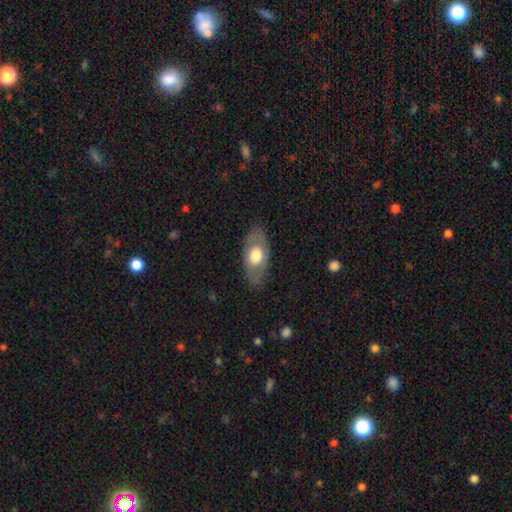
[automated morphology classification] The model was most divided on "smooth or featured": smooth: 55%, featured or disk: 40%, star or artifact: 6%. More confident: how rounded — in between (89%); merging — none (78%).